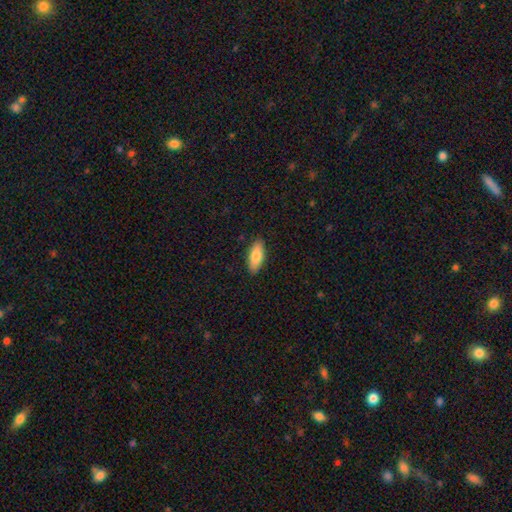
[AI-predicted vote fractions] Smooth or featured? smooth (81%)
How rounded? in between (81%)
Merging? none (88%)